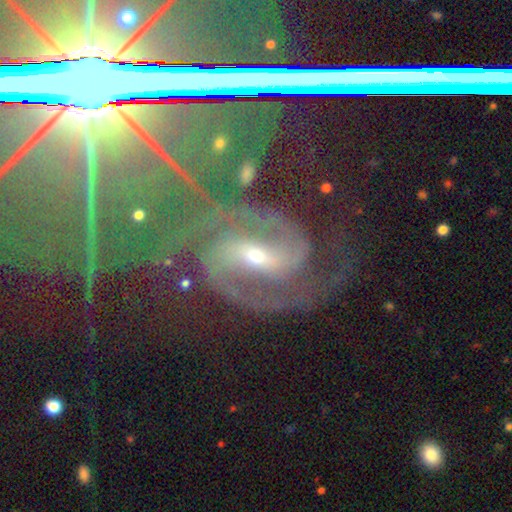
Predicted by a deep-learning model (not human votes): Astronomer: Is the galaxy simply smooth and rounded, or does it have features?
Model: featured or disk — 58% (runner-up: star or artifact, 33%).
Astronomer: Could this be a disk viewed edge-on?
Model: no — 74%.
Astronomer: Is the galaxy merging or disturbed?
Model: none — 73%.